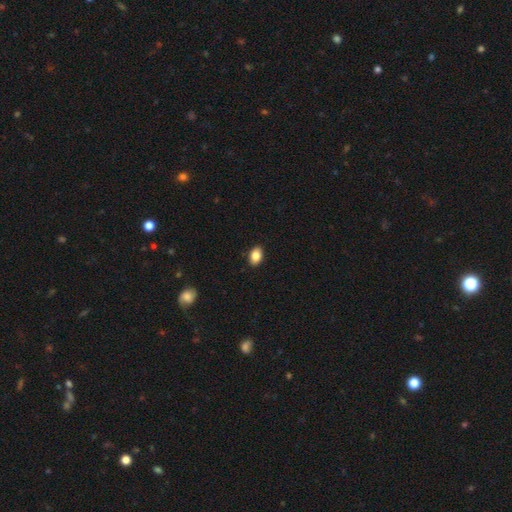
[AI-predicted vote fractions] This appears to be a smooth galaxy with no disk features (85%) that is in between round and cigar-shaped (86%). Merging: none (89%).